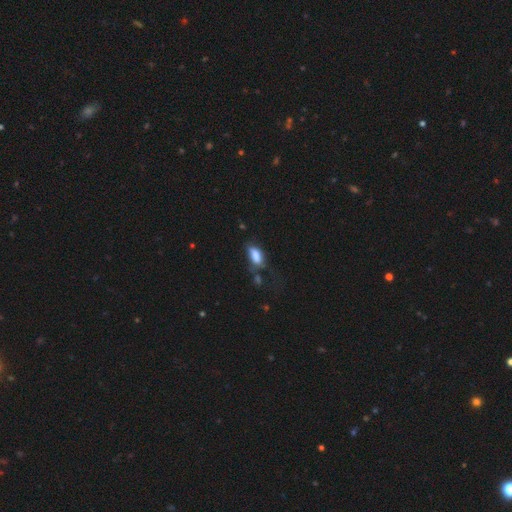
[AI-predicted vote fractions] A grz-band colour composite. It shows a smooth galaxy with no disk features (79%) that is in between round and cigar-shaped (87%). Merging: none (39%).